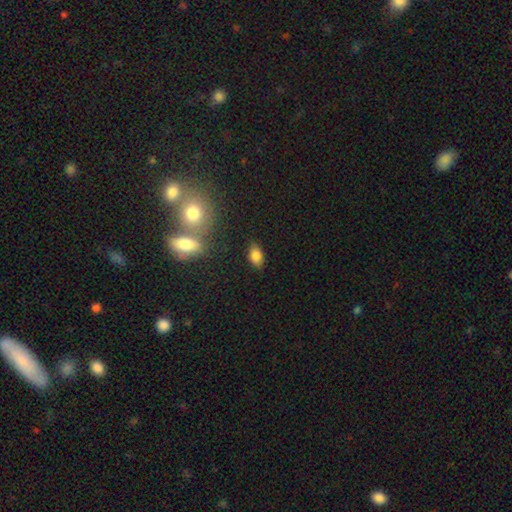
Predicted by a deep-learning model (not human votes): Smooth or featured? smooth (82%)
How rounded? in between (88%)
Merging? none (81%)